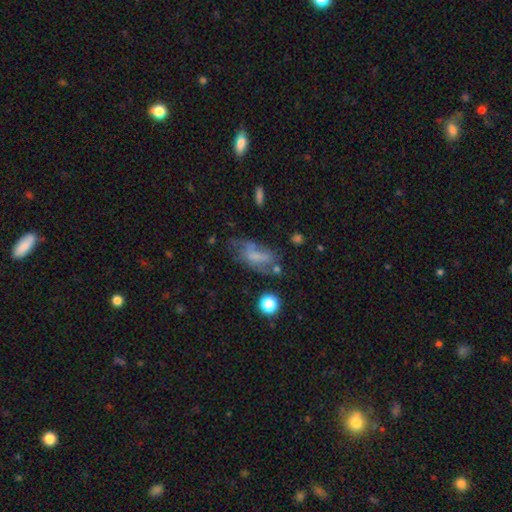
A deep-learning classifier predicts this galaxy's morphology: A smooth galaxy with no disk features (49%).

Vote fractions:
- Smooth or featured? smooth: 49% / featured or disk: 37% / star or artifact: 14%
- Merging? none: 37% / minor disturbance: 27% / major disturbance: 26% / merger: 10%